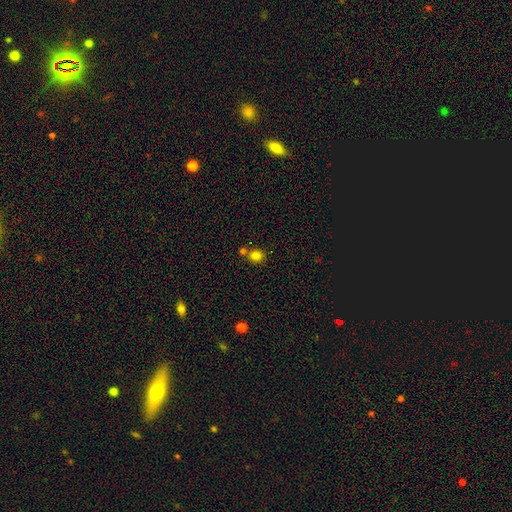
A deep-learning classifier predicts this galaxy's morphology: Q: Smooth or featured?
A: smooth (82%); runner-up: star or artifact (13%)
Q: How rounded?
A: round (85%); runner-up: in between (14%)
Q: Merging?
A: none (70%); runner-up: merger (19%)